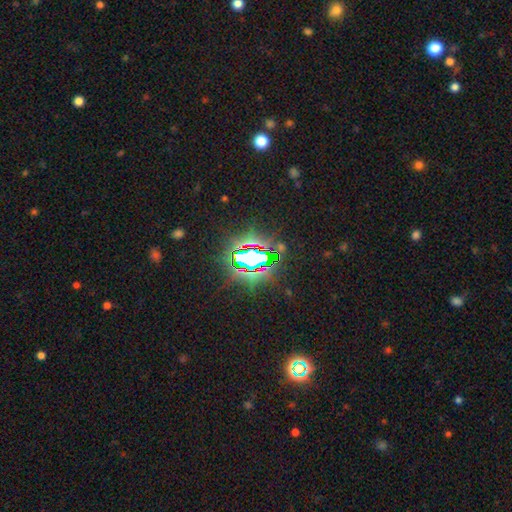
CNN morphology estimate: A star or artifact, not a galaxy (78%).